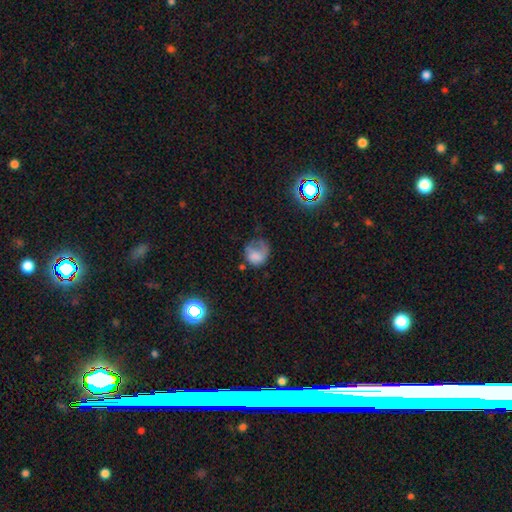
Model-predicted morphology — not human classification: Overall: smooth (60%; featured or disk 28%). How rounded: round (64%; in between 35%). Merging: major disturbance (42%; none 28%).